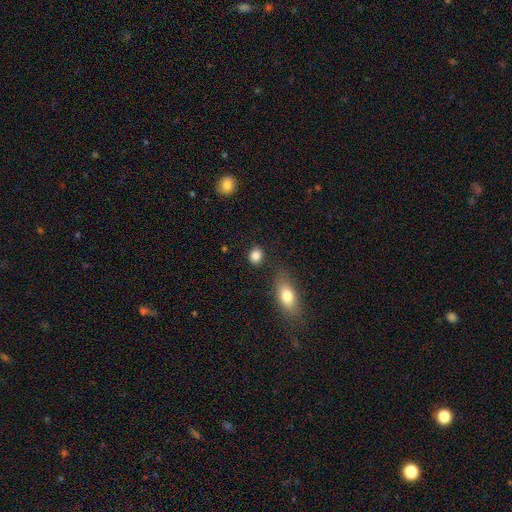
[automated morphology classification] This is clearly a smooth galaxy (85%). How rounded: likely round (66%). Merging: clearly none (83%).